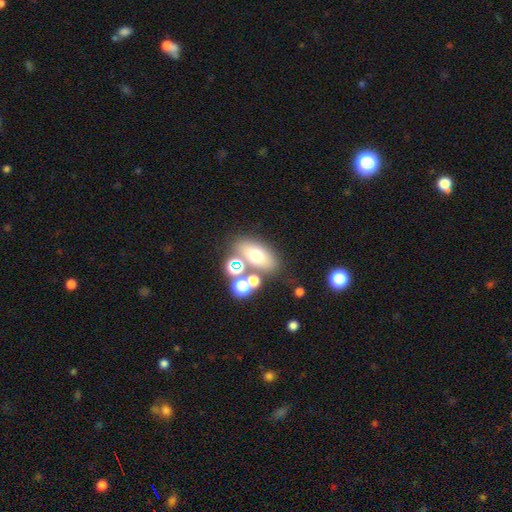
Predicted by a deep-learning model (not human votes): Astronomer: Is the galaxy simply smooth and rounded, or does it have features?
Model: smooth — 59%.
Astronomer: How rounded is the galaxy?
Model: in between — 74%.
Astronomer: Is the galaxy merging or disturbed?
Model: none — 62%.